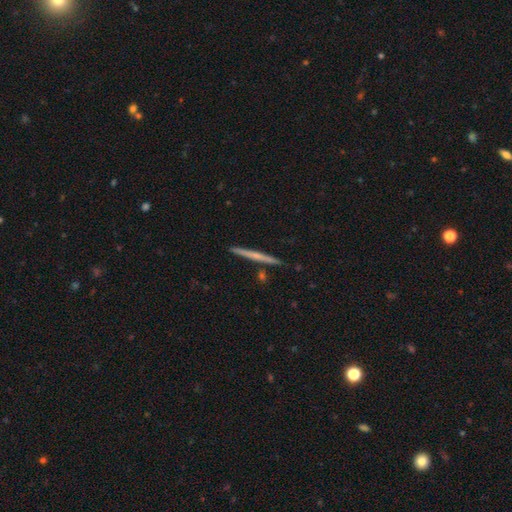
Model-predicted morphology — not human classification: type=featured or disk (53%); edge-on=yes (98%); edge-on bulge=none (75%); merging=none (90%).